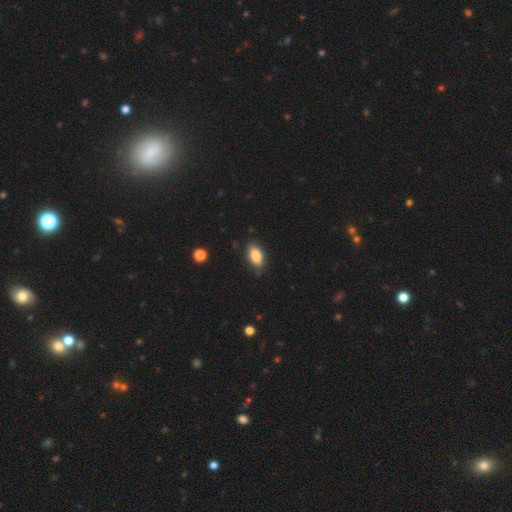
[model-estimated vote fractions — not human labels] Smooth or featured? smooth (84%)
How rounded? in between (91%)
Merging? none (82%)